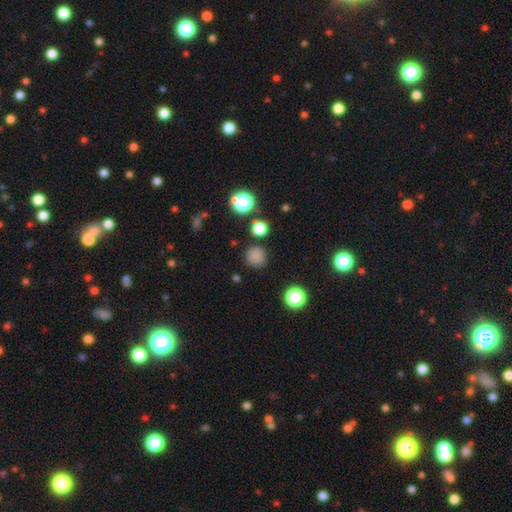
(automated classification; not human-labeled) This is likely a smooth galaxy (78%). How rounded: clearly round (93%). Merging: clearly none (85%).